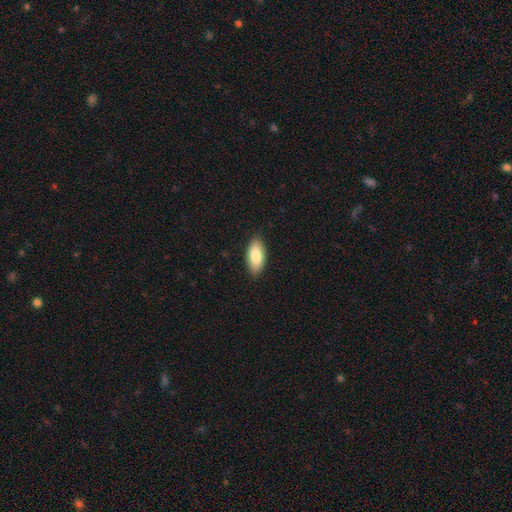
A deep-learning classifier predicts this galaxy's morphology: This is clearly a smooth galaxy (85%). How rounded: clearly in between (89%). Merging: clearly none (87%).